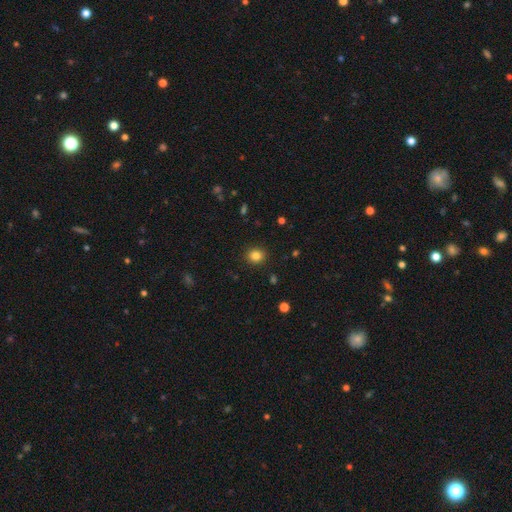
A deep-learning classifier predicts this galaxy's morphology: Smooth or featured?
  - smooth: 83% *
  - star or artifact: 12%
  - featured or disk: 5%
How rounded?
  - round: 77% *
  - in between: 22%
  - cigar-shaped: 1%
Merging?
  - none: 91% *
  - minor disturbance: 6%
  - major disturbance: 2%
  - merger: 1%